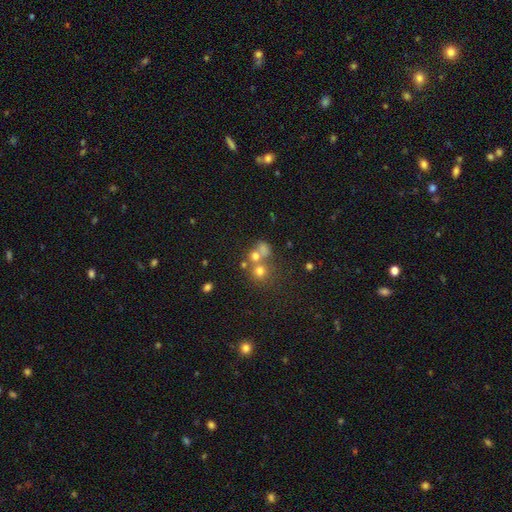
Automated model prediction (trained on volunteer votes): This appears to be a smooth galaxy with no disk features (62%) that is round (76%). Merging: merger (45%).